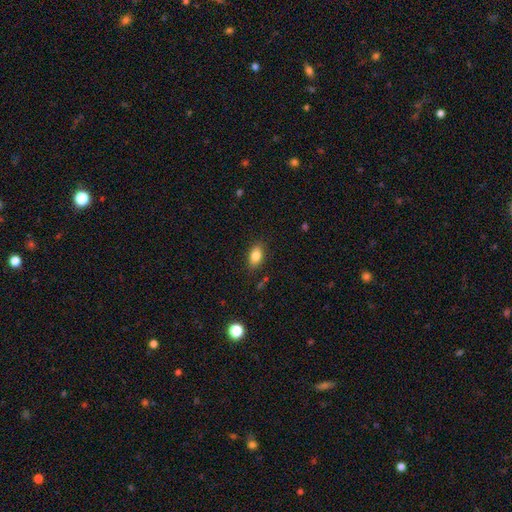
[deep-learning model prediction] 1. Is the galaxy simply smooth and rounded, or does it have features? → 83% smooth, 9% featured or disk, 9% star or artifact.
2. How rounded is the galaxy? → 87% in between, 9% round, 4% cigar-shaped.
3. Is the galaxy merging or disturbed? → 85% none, 11% minor disturbance, 3% major disturbance, 1% merger.